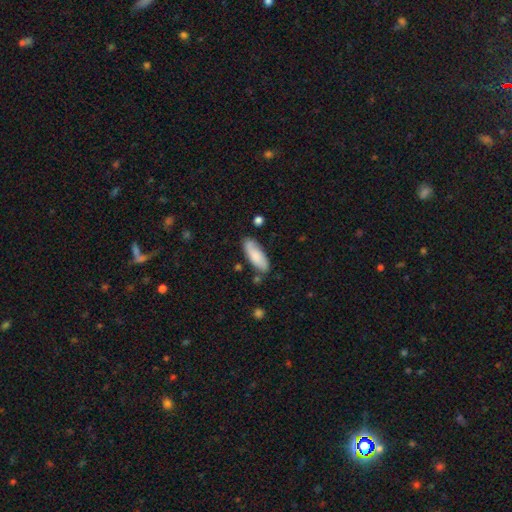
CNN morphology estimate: Smooth or featured?
  - smooth: 76% *
  - featured or disk: 18%
  - star or artifact: 6%
How rounded?
  - in between: 71% *
  - cigar-shaped: 27%
  - round: 2%
Merging?
  - none: 74% *
  - minor disturbance: 18%
  - merger: 4%
  - major disturbance: 4%